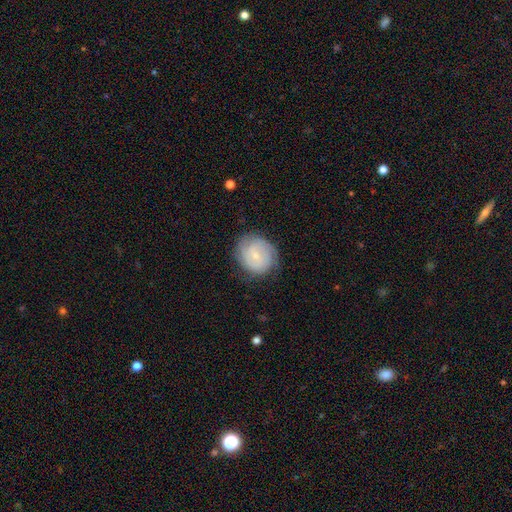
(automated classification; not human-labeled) A featured or disk galaxy (61%) with no bar (55%), tight (66%) spiral arms (87%) and a small central bulge (75%). Merging: none (75%).